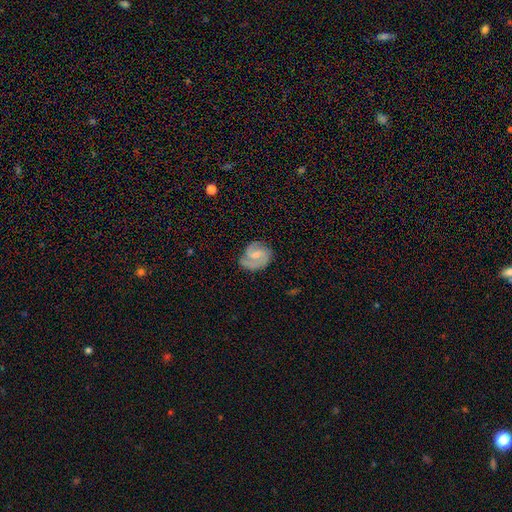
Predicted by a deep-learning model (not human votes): featured or disk 73%, smooth 21%, star or artifact 6%. Down the decision tree: edge-on disk — no (98%); bar — weak (53%); spiral arms — yes (94%); spiral arm count — 2 (70%); spiral winding — medium (48%); bulge size — small (47%); merging — none (67%).